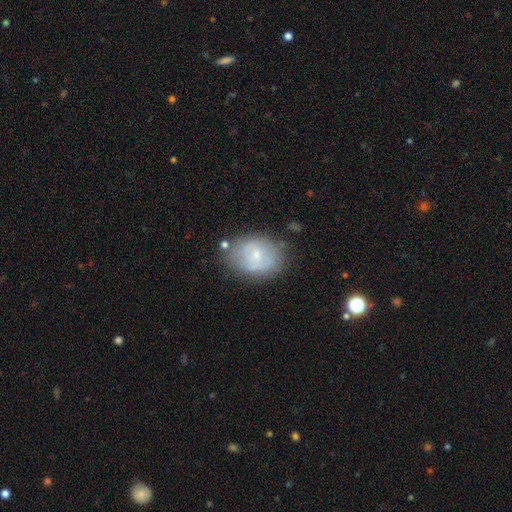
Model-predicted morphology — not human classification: smooth_or_featured: featured or disk (p=0.48) [alt: smooth p=0.43]
merging: none (p=0.70) [alt: minor disturbance p=0.20]